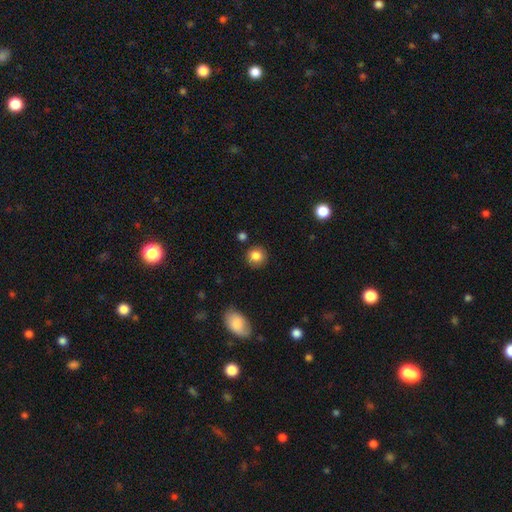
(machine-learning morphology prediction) This appears to be a smooth galaxy with no disk features (85%) that is round (90%). Merging: none (88%).